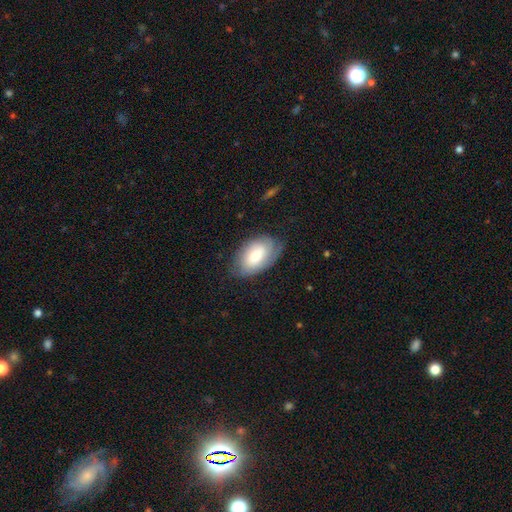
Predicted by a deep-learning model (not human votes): This is likely a smooth galaxy (62%). How rounded: clearly in between (93%). Merging: likely none (66%).